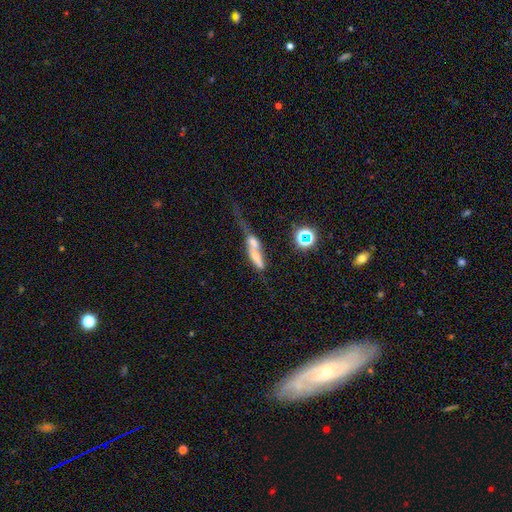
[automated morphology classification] This is possibly a smooth galaxy (47%). Merging: possibly merger (59%).